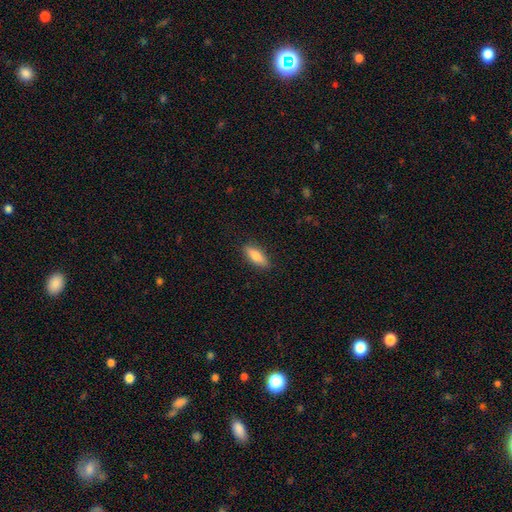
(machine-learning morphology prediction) A smooth galaxy with no disk features (78%) that is in between round and cigar-shaped (60%).

Vote fractions:
- Smooth or featured? smooth: 78% / featured or disk: 16% / star or artifact: 6%
- How rounded? in between: 60% / cigar-shaped: 38% / round: 2%
- Merging? none: 88% / minor disturbance: 9% / major disturbance: 2% / merger: 1%